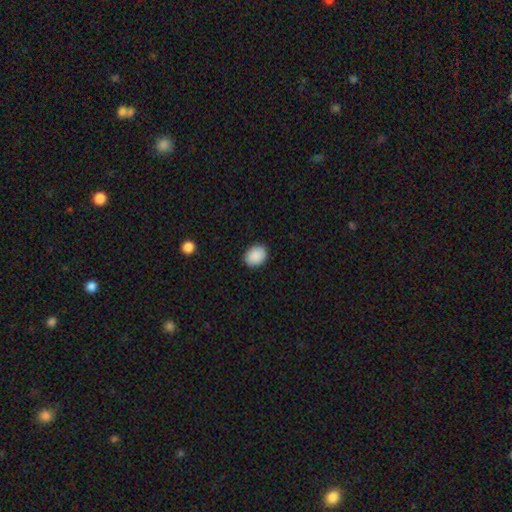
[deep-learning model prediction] smooth 90%, star or artifact 7%, featured or disk 3%. Down the decision tree: how rounded — in between (59%); merging — none (90%).